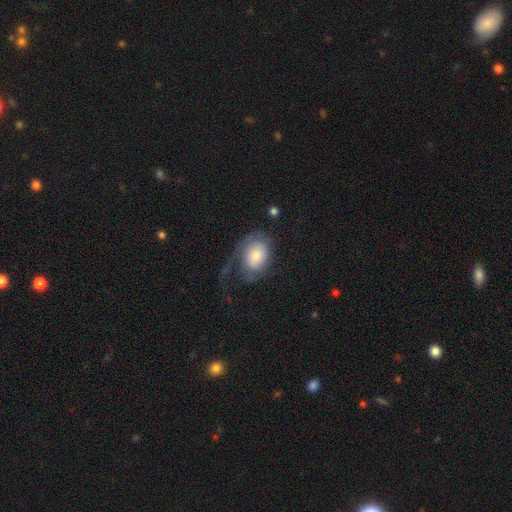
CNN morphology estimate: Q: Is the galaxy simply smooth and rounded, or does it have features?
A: smooth — 51%.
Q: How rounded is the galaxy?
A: in between — 77%.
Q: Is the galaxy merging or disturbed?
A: major disturbance — 40%.